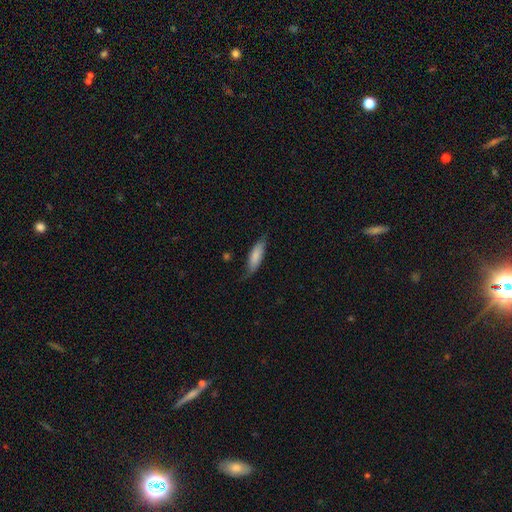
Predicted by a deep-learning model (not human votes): A smooth galaxy with no disk features (76%) that is in between round and cigar-shaped (51%). Merging: none (65%).